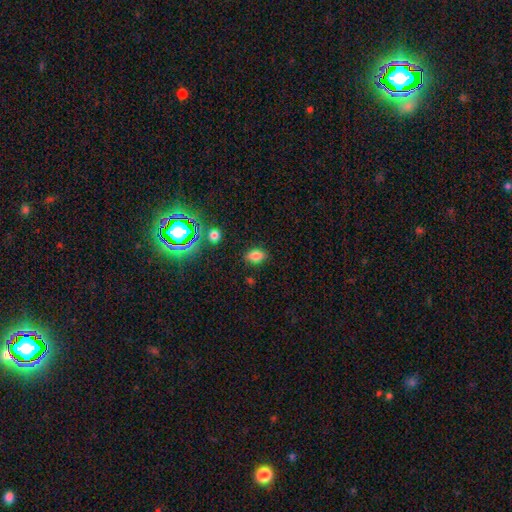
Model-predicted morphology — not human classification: Q: Smooth or featured?
A: smooth (78%); runner-up: star or artifact (15%)
Q: How rounded?
A: in between (82%); runner-up: round (16%)
Q: Merging?
A: none (84%); runner-up: minor disturbance (11%)